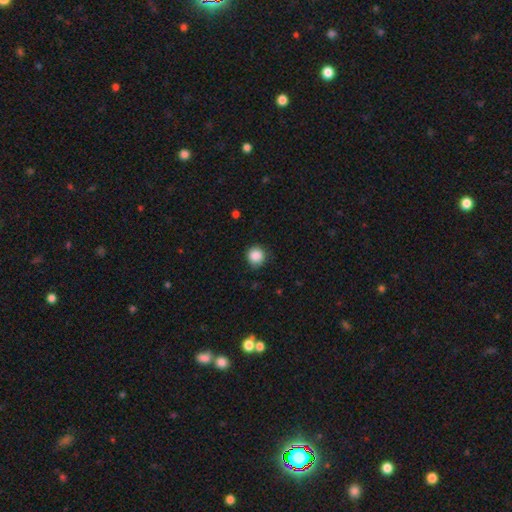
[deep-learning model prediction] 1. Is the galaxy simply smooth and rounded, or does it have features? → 87% smooth, 10% star or artifact, 3% featured or disk.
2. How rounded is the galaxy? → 92% round, 8% in between, 1% cigar-shaped.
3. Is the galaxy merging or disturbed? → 81% none, 14% minor disturbance, 3% major disturbance, 1% merger.